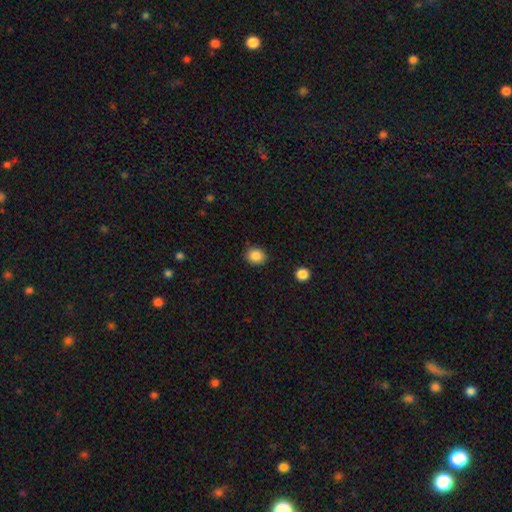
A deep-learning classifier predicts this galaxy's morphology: Smooth or featured? Predicted: smooth (p=0.86). How rounded? Predicted: round (p=0.69). Merging? Predicted: none (p=0.88).